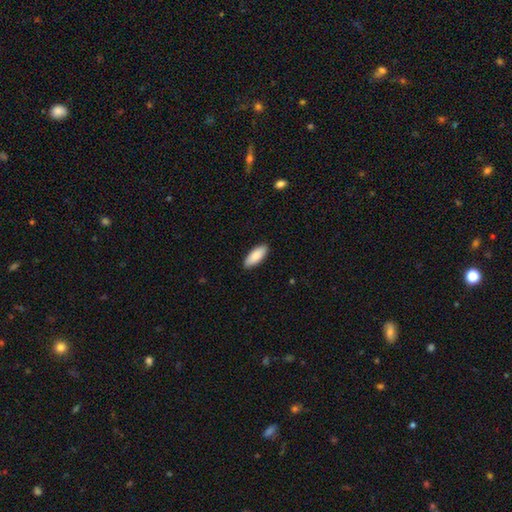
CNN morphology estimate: Overall: smooth (89%). How rounded: in between (79%). Merging: none (90%).